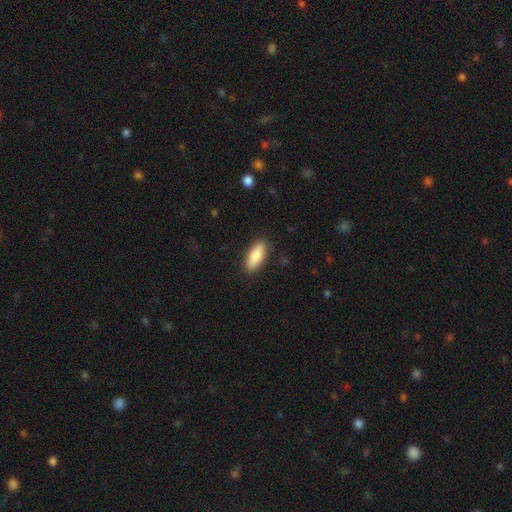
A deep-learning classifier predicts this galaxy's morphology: The model was most divided on "how rounded": in between: 75%, cigar-shaped: 23%, round: 2%. More confident: merging — none (87%); smooth or featured — smooth (85%).